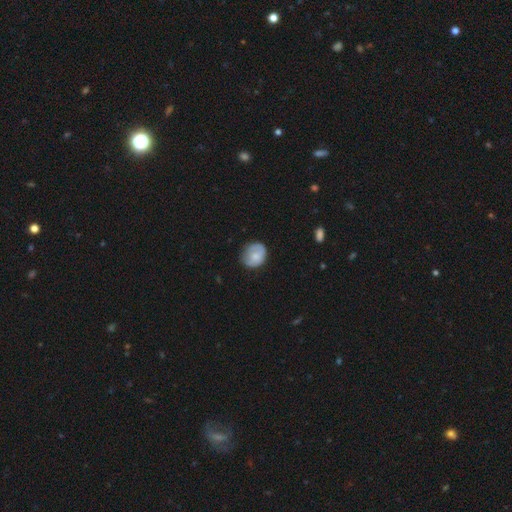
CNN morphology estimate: This appears to be a smooth galaxy with no disk features (69%) that is round (65%). Merging: none (64%).